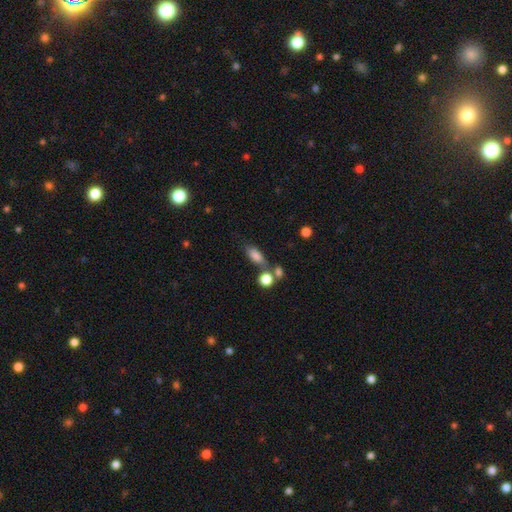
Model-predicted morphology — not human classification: A smooth galaxy with no disk features (81%) that is in between round and cigar-shaped (80%).

Vote fractions:
- Smooth or featured? smooth: 81% / star or artifact: 10% / featured or disk: 9%
- How rounded? in between: 80% / cigar-shaped: 12% / round: 8%
- Merging? none: 56% / merger: 21% / minor disturbance: 16% / major disturbance: 7%